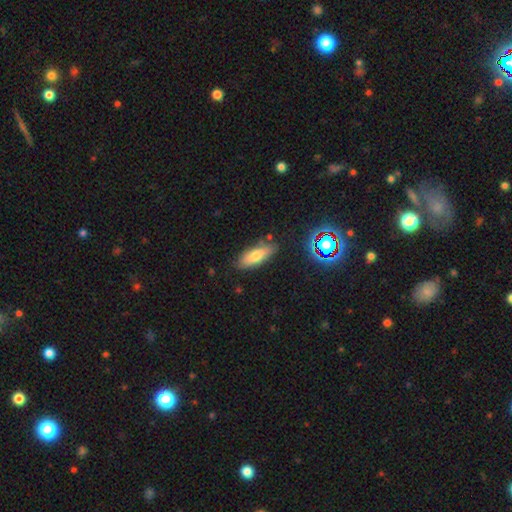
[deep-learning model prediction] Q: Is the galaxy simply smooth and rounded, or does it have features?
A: smooth — 73%.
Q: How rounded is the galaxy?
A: in between — 66%.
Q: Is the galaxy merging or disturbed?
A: none — 81%.